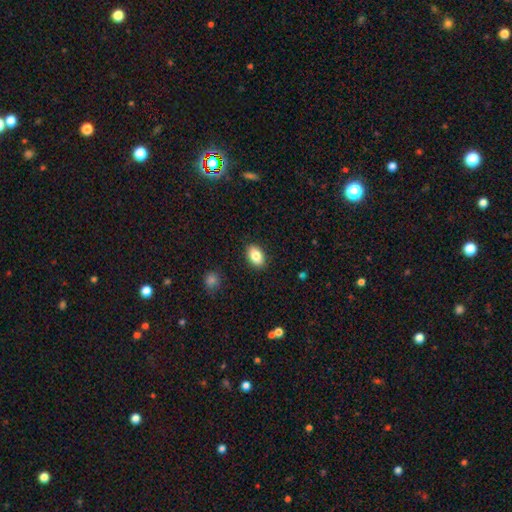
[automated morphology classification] Smooth or featured? Predicted: smooth (p=0.84). How rounded? Predicted: in between (p=0.88). Merging? Predicted: none (p=0.89).